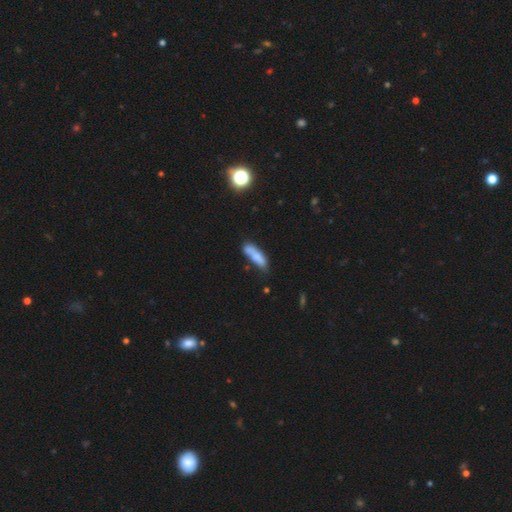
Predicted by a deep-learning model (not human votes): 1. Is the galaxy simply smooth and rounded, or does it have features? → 74% smooth, 18% featured or disk, 8% star or artifact.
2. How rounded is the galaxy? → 60% cigar-shaped, 38% in between, 2% round.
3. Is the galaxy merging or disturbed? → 50% none, 27% minor disturbance, 14% merger, 9% major disturbance.